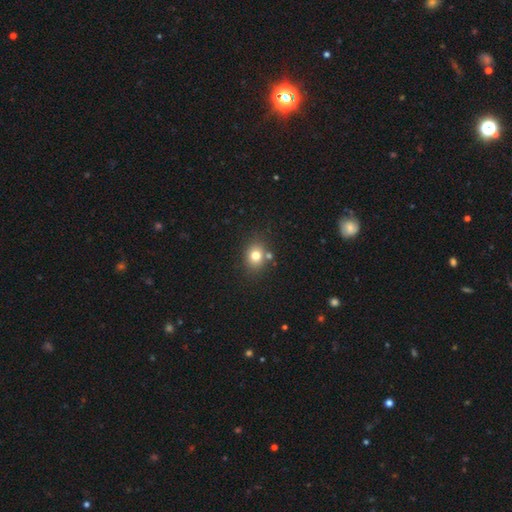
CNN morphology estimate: Overall: smooth (77%). How rounded: round (57%; in between 42%). Merging: none (75%).